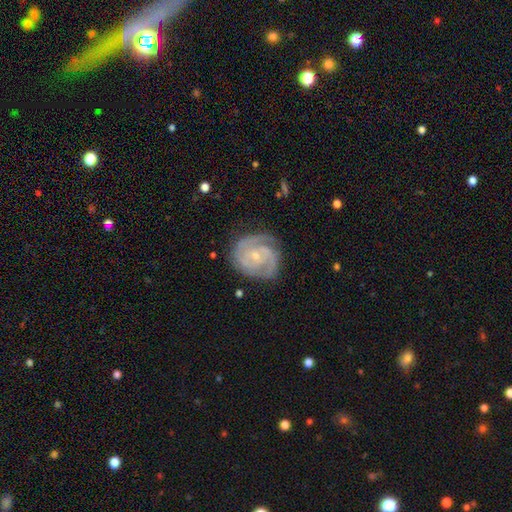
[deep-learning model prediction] Smooth or featured? Predicted: featured or disk (p=0.89). Edge-on disk? Predicted: no (p=0.98). Bar? Predicted: no (p=0.66). Spiral arms? Predicted: yes (p=0.98). Spiral winding? Predicted: tight (p=0.66). Spiral arm count? Predicted: 2 (p=0.46). Bulge size? Predicted: small (p=0.75). Merging? Predicted: none (p=0.76).